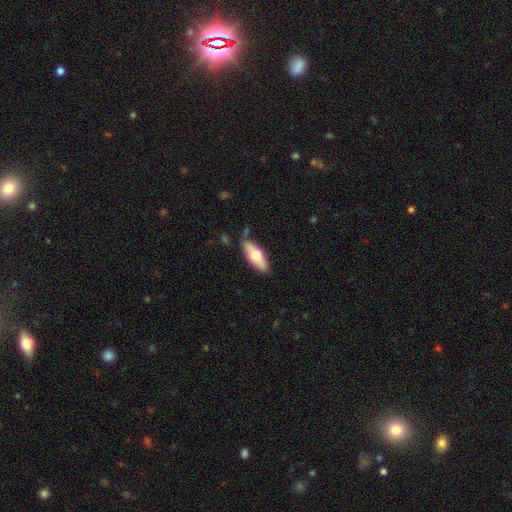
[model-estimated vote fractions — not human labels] smooth_or_featured: smooth (p=0.62) [alt: featured or disk p=0.33]
how_rounded: in between (p=0.72) [alt: cigar-shaped p=0.26]
merging: none (p=0.78) [alt: minor disturbance p=0.15]